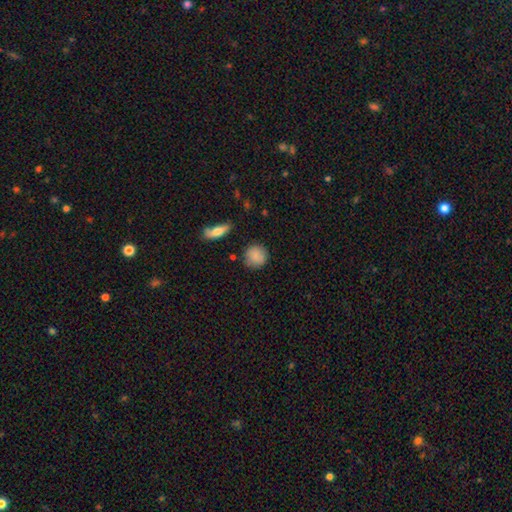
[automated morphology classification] A smooth galaxy with no disk features (86%) that is round (87%).

Vote fractions:
- Smooth or featured? smooth: 86% / star or artifact: 8% / featured or disk: 6%
- How rounded? round: 87% / in between: 11% / cigar-shaped: 2%
- Merging? none: 81% / minor disturbance: 12% / major disturbance: 3% / merger: 3%